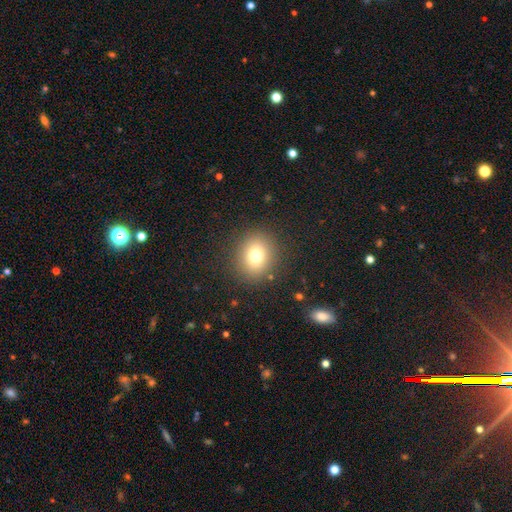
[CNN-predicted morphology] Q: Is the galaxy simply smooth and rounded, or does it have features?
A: smooth — 76%.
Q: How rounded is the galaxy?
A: round — 74%.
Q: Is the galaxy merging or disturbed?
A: none — 87%.